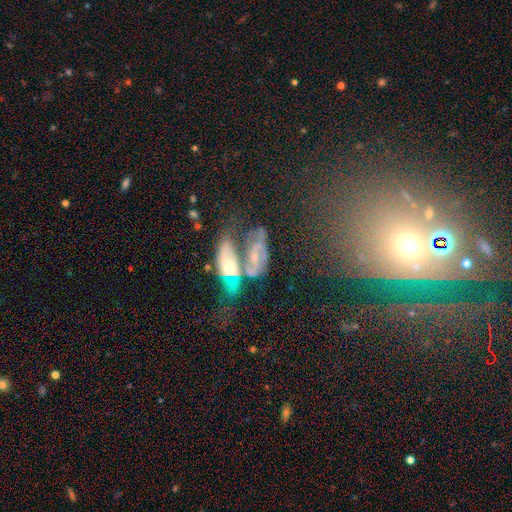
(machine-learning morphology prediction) This is likely a featured or disk galaxy (62%). It is clearly not viewed edge-on (89%). Bar: likely no (63%). Spiral arm pattern: likely yes (71%). Central bulge: possibly small (49%). Merging: possibly merger (58%).